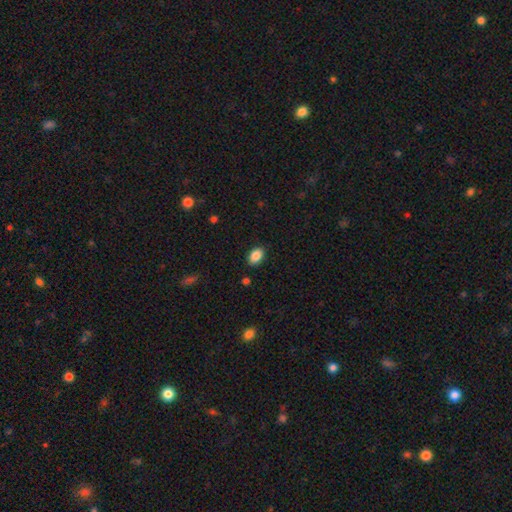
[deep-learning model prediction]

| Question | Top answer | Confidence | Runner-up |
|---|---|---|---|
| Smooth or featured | smooth | 88% | star or artifact (8%) |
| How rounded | in between | 84% | round (15%) |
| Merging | none | 88% | minor disturbance (9%) |